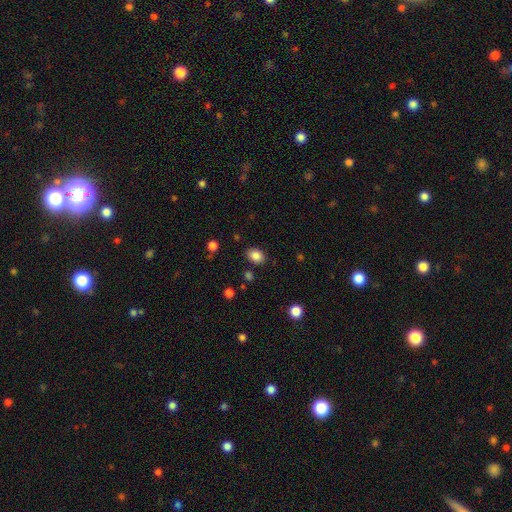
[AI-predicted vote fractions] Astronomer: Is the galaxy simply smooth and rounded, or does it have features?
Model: smooth — 85%.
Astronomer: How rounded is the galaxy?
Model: in between — 69%.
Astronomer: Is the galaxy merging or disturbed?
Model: none — 84%.